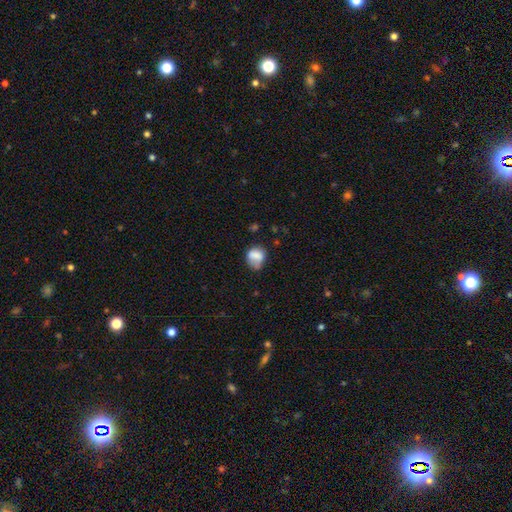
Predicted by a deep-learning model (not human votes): A smooth galaxy with no disk features (75%) that is round (57%).

Vote fractions:
- Smooth or featured? smooth: 75% / featured or disk: 16% / star or artifact: 9%
- How rounded? round: 57% / in between: 42% / cigar-shaped: 1%
- Merging? none: 41% / minor disturbance: 31% / major disturbance: 16% / merger: 11%